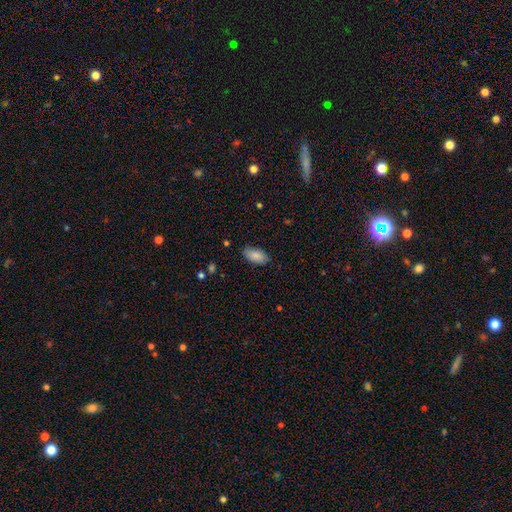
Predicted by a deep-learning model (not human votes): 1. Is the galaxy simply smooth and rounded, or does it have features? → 87% smooth, 7% featured or disk, 6% star or artifact.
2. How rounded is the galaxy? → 94% in between, 4% cigar-shaped, 2% round.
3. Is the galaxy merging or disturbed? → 83% none, 14% minor disturbance, 2% major disturbance, 1% merger.